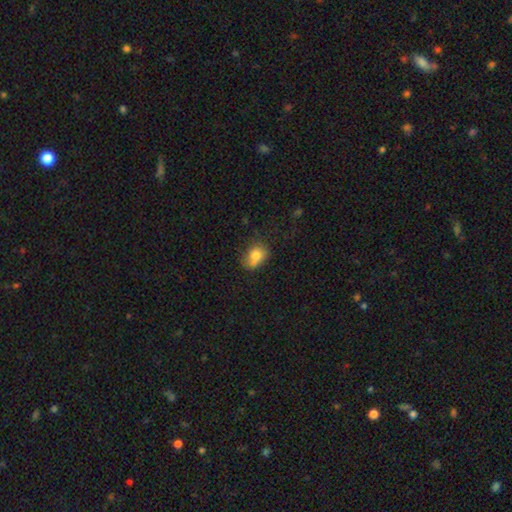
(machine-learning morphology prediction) Smooth or featured?
  - smooth: 77% *
  - featured or disk: 13%
  - star or artifact: 10%
How rounded?
  - in between: 53% *
  - round: 46%
  - cigar-shaped: 1%
Merging?
  - none: 48% *
  - minor disturbance: 26%
  - merger: 18%
  - major disturbance: 9%